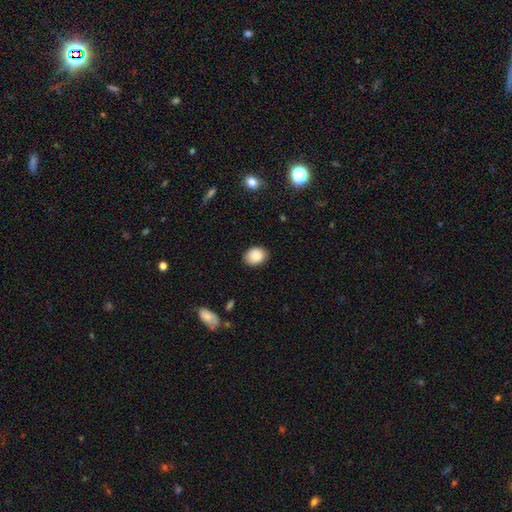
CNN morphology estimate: Q: Smooth or featured?
A: smooth (88%); runner-up: star or artifact (8%)
Q: How rounded?
A: in between (60%); runner-up: round (40%)
Q: Merging?
A: none (85%); runner-up: minor disturbance (11%)